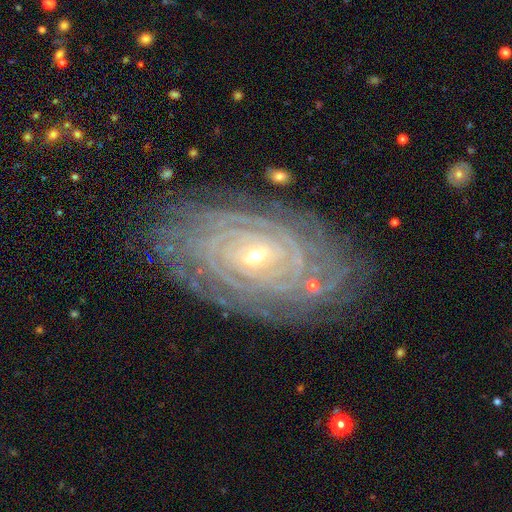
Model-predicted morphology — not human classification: This appears to be a featured or disk galaxy (87%) with no bar (57%), tight (87%) spiral arms (96%) and a small central bulge (66%). Merging: none (82%).